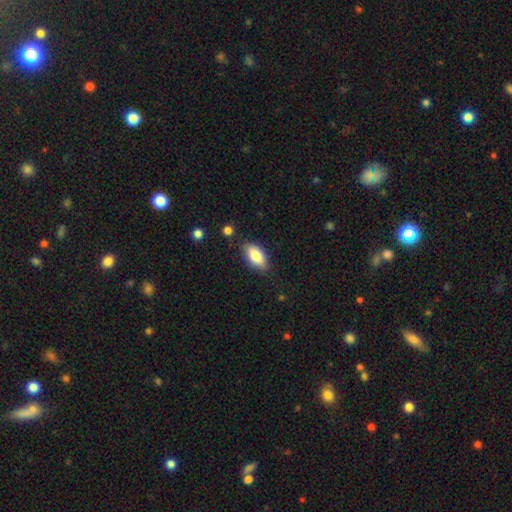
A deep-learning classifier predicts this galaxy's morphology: Q: Smooth or featured?
A: smooth (80%); runner-up: featured or disk (13%)
Q: How rounded?
A: in between (90%); runner-up: cigar-shaped (6%)
Q: Merging?
A: none (81%); runner-up: minor disturbance (14%)